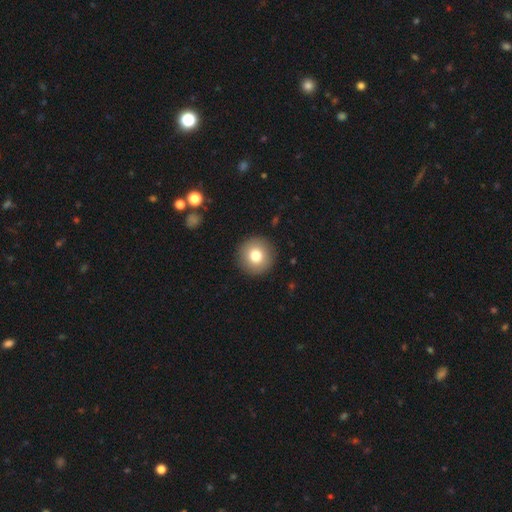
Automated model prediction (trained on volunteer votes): Smooth or featured? Predicted: smooth (p=0.78). How rounded? Predicted: round (p=0.95). Merging? Predicted: none (p=0.92).